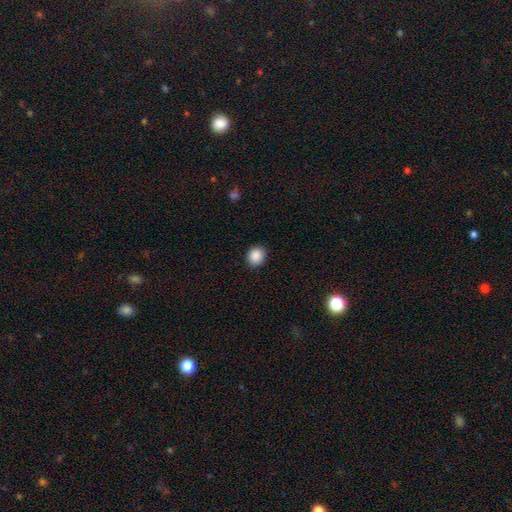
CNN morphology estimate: The model was most divided on "how rounded": round: 76%, in between: 23%, cigar-shaped: 1%. More confident: merging — none (89%); smooth or featured — smooth (88%).